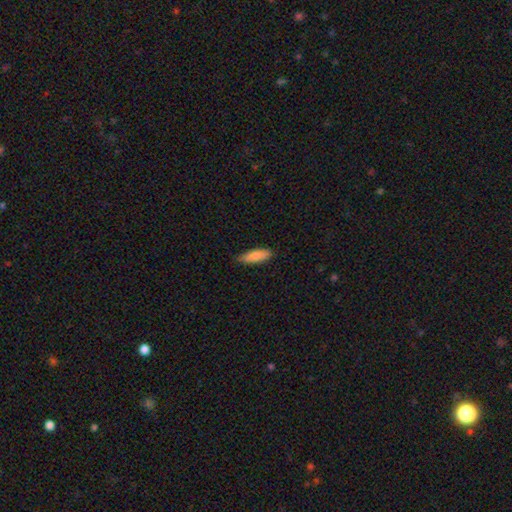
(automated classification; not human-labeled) The model was most divided on "how rounded": in between: 52%, cigar-shaped: 47%, round: 2%. More confident: smooth or featured — smooth (84%); merging — none (82%).